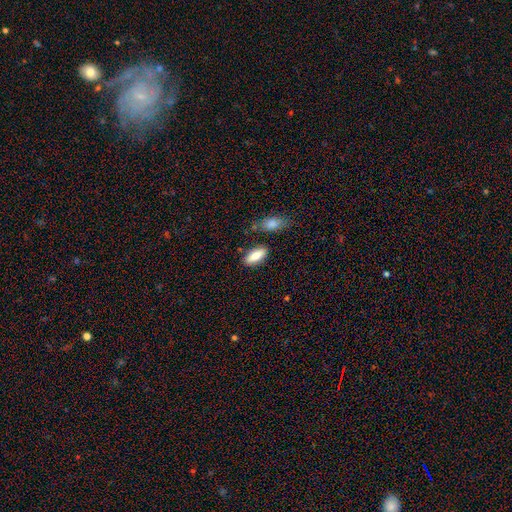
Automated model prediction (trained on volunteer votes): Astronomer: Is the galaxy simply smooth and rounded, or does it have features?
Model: smooth — 81%.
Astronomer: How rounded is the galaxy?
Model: in between — 79%.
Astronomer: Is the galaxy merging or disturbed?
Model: none — 79%.